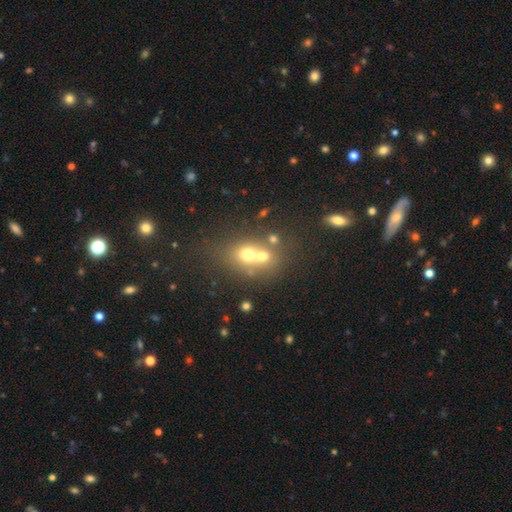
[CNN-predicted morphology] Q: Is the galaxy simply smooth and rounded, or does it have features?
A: smooth — 59%.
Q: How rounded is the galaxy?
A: round — 56%.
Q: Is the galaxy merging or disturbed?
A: merger — 56%.